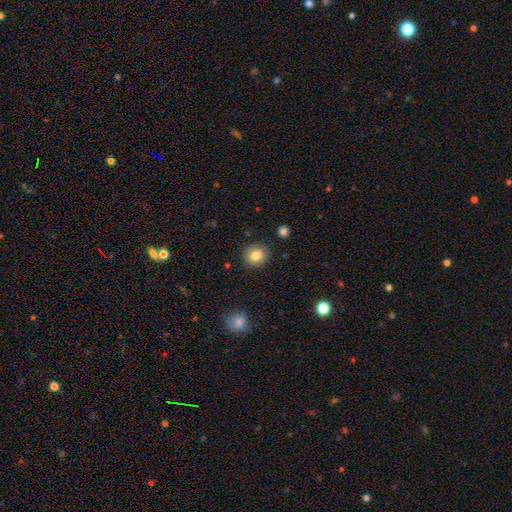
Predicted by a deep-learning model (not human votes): The model was most divided on "how rounded": round: 82%, in between: 18%, cigar-shaped: 1%. More confident: merging — none (87%); smooth or featured — smooth (81%).